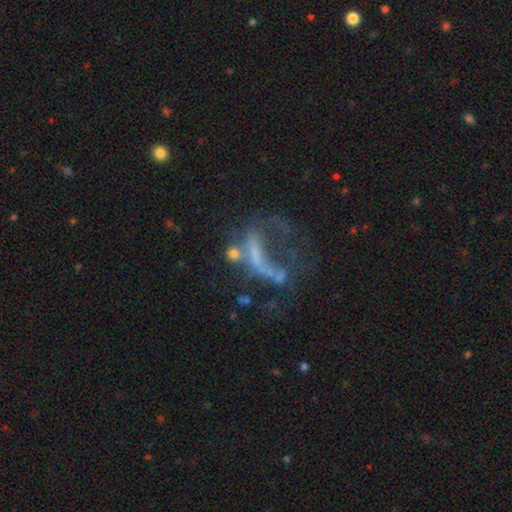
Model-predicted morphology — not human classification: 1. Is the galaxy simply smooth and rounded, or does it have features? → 58% featured or disk, 21% smooth, 21% star or artifact.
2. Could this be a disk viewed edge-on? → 93% no, 7% yes.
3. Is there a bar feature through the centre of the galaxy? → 70% no, 17% weak, 13% strong.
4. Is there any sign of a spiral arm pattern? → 81% no, 19% yes.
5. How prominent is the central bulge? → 67% none, 19% small, 10% moderate, 2% large, 2% dominant.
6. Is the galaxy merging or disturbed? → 48% major disturbance, 24% none, 18% merger, 10% minor disturbance.